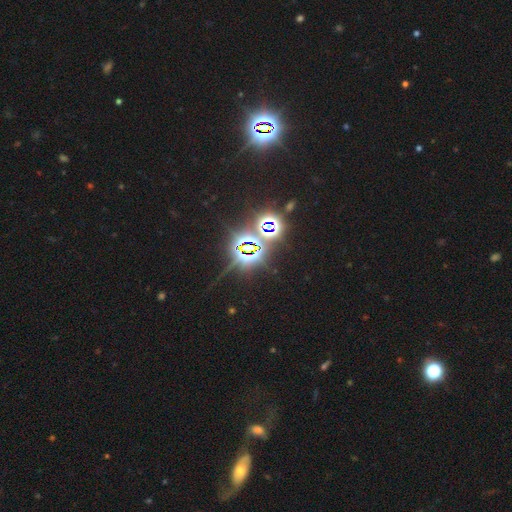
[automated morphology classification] Q: Smooth or featured?
A: star or artifact (85%); runner-up: smooth (8%)